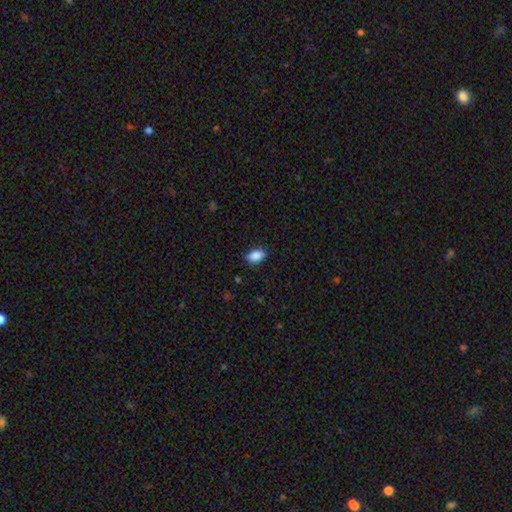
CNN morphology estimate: type=smooth (88%); roundness=in between (85%); merging=none (79%).